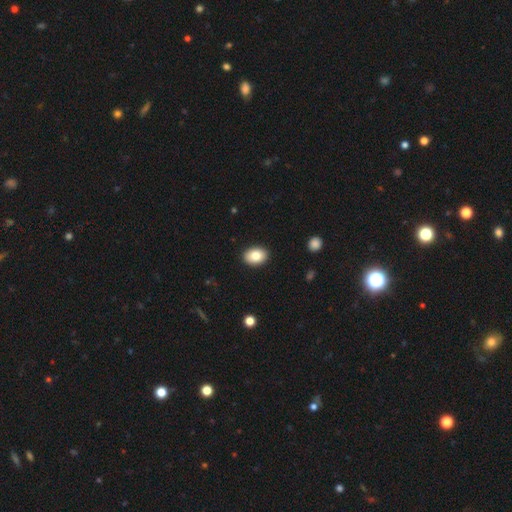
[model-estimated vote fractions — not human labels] Smooth or featured?
  - smooth: 83% *
  - featured or disk: 9%
  - star or artifact: 8%
How rounded?
  - in between: 81% *
  - round: 18%
  - cigar-shaped: 1%
Merging?
  - none: 90% *
  - minor disturbance: 7%
  - major disturbance: 2%
  - merger: 1%